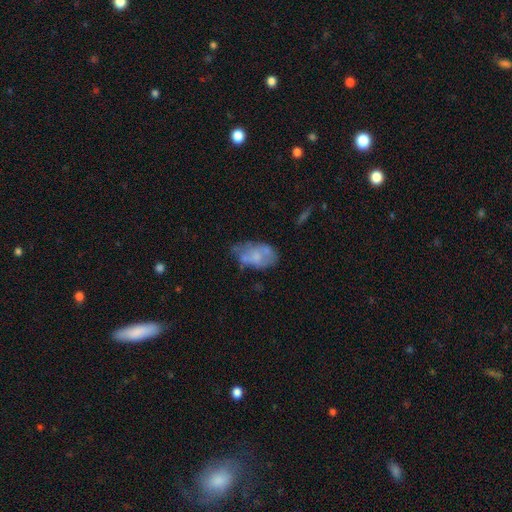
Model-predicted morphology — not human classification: Smooth or featured: smooth — 49% (featured or disk — 42%)
Merging: none — 37% (minor disturbance — 31%)